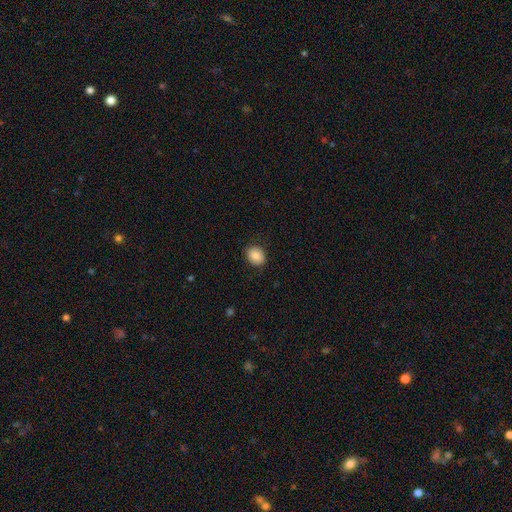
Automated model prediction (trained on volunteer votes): Smooth or featured: smooth — 85% (star or artifact — 8%)
How rounded: round — 63% (in between — 36%)
Merging: none — 88% (minor disturbance — 9%)